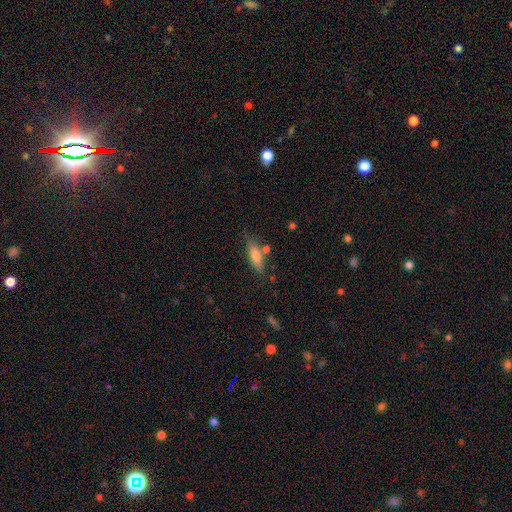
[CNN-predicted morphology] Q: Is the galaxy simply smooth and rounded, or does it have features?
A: smooth — 68%.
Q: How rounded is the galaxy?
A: cigar-shaped — 56%.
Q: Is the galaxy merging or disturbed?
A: none — 70%.